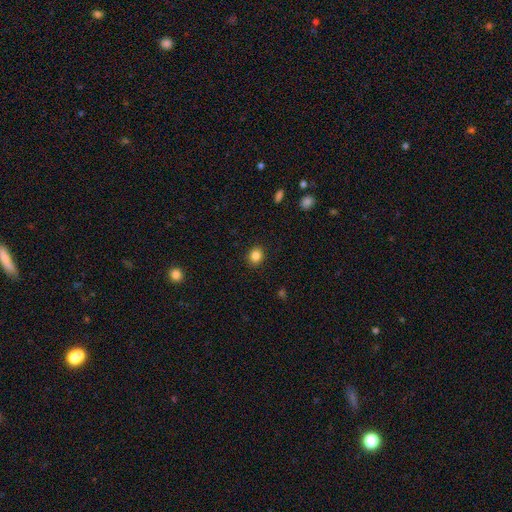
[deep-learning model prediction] Smooth or featured?
  - smooth: 84% *
  - star or artifact: 11%
  - featured or disk: 5%
How rounded?
  - round: 69% *
  - in between: 30%
  - cigar-shaped: 1%
Merging?
  - none: 90% *
  - minor disturbance: 7%
  - major disturbance: 2%
  - merger: 1%